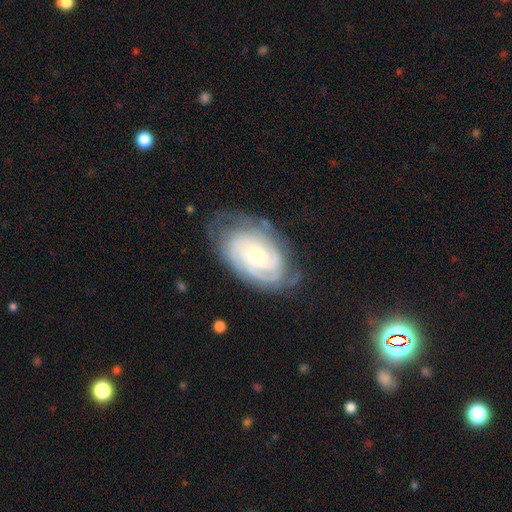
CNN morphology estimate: Smooth or featured? featured or disk (84%)
Edge-on disk? no (96%)
Bar? no (71%)
Spiral arms? yes (96%)
Spiral winding? tight (75%)
Spiral arm count? can't tell (36%)
Bulge size? small (53%)
Merging? none (69%)